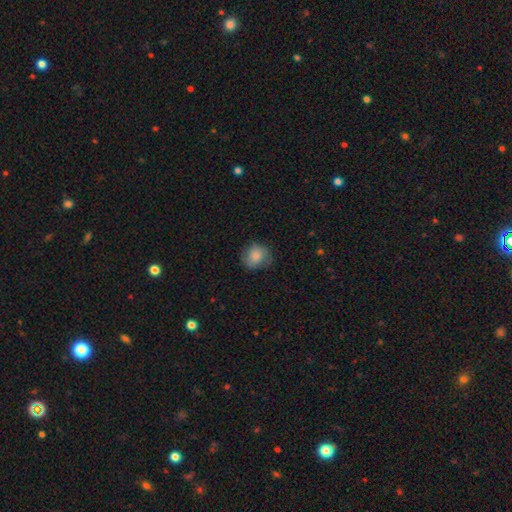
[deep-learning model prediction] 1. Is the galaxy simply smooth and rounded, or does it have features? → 81% smooth, 11% featured or disk, 8% star or artifact.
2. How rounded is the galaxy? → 75% round, 24% in between, 1% cigar-shaped.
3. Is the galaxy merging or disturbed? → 73% none, 20% minor disturbance, 6% major disturbance, 1% merger.